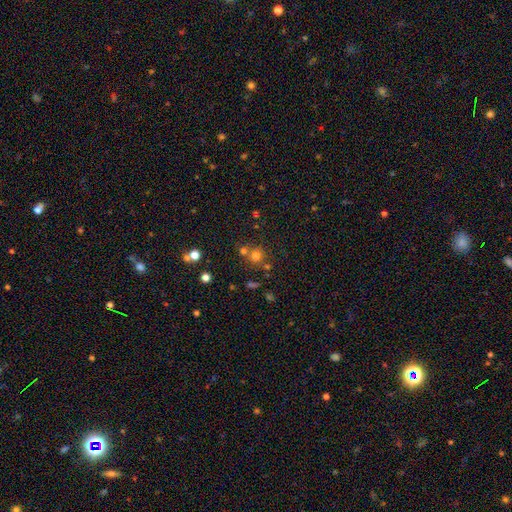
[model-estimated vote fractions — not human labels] This is likely a smooth galaxy (70%). How rounded: clearly round (90%). Merging: likely none (63%).